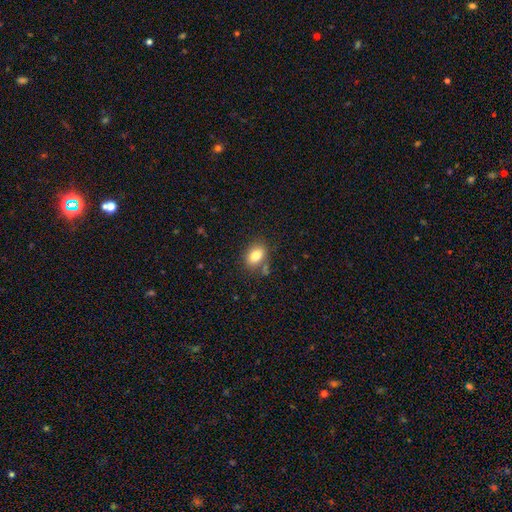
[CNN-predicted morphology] smooth-or-featured: smooth: 82% | featured or disk: 9% | star or artifact: 9%
  how-rounded: in between: 78% | round: 20% | cigar-shaped: 1%
  merging: none: 74% | minor disturbance: 14% | merger: 7% | major disturbance: 4%